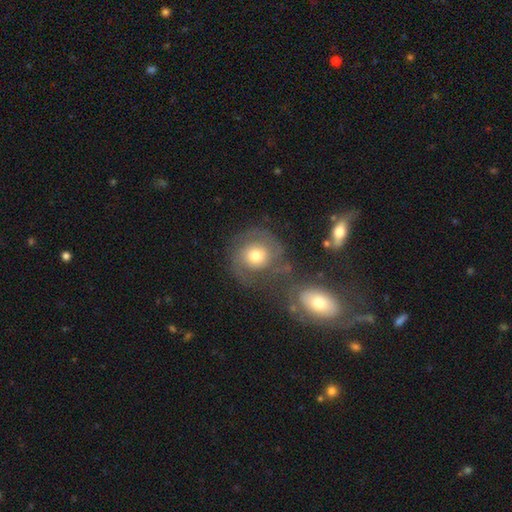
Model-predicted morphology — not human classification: type=featured or disk (58%); edge-on=no (97%); bar=no (77%); spiral arms=yes (84%); bulge=moderate (68%); merging=none (55%).